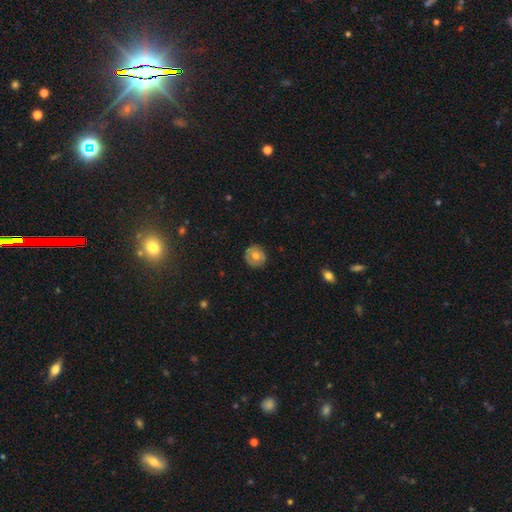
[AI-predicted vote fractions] Smooth or featured? smooth (59%)
How rounded? round (89%)
Merging? none (83%)